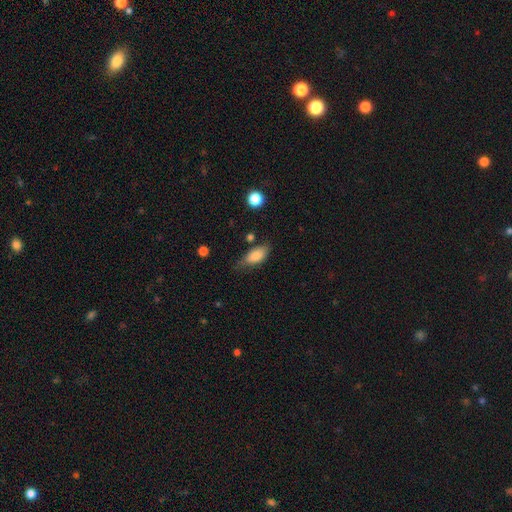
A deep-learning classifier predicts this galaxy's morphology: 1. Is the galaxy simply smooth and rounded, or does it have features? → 82% smooth, 11% featured or disk, 7% star or artifact.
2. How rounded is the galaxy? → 88% in between, 9% cigar-shaped, 3% round.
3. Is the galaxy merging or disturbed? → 54% none, 33% minor disturbance, 9% major disturbance, 4% merger.